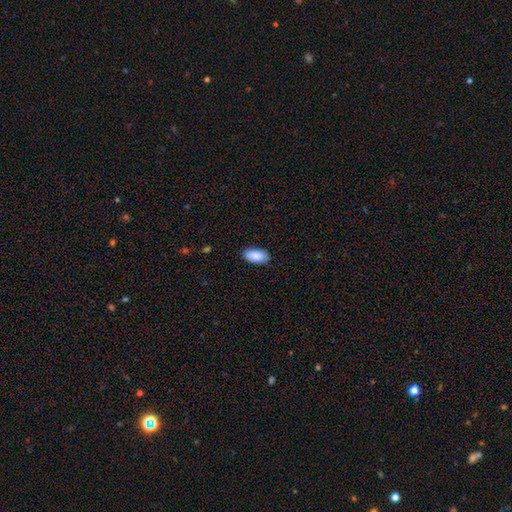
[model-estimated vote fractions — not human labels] smooth-or-featured: smooth: 89% | star or artifact: 6% | featured or disk: 5%
  how-rounded: in between: 94% | cigar-shaped: 3% | round: 2%
  merging: none: 88% | minor disturbance: 9% | major disturbance: 2% | merger: 1%